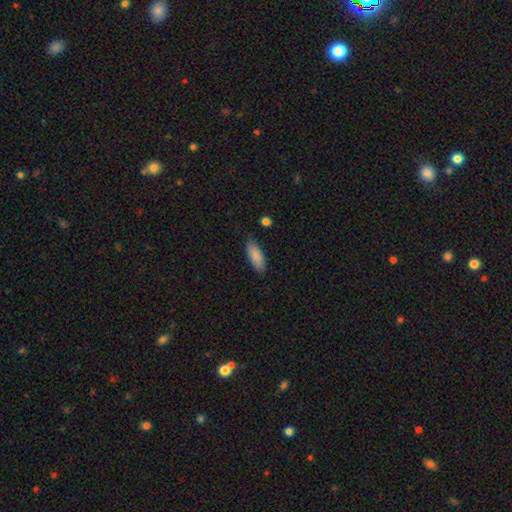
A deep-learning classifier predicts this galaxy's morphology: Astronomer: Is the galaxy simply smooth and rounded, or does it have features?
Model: smooth — 87%.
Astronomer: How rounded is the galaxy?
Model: in between — 76%.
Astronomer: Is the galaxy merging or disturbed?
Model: none — 79%.